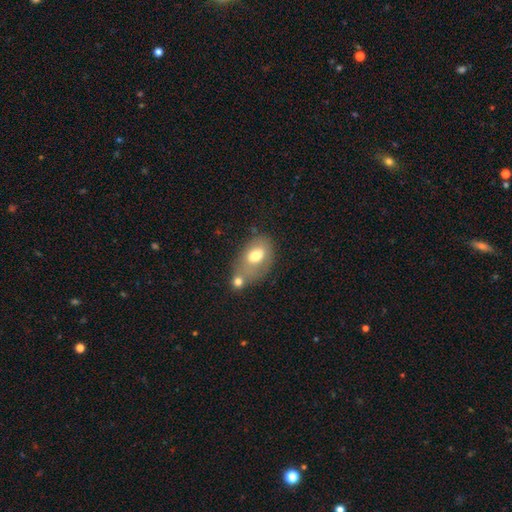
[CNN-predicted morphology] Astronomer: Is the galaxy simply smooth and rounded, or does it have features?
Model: smooth — 69%.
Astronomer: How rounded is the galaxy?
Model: in between — 82%.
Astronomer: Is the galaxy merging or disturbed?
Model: none — 37%, tied with merger at 37%.